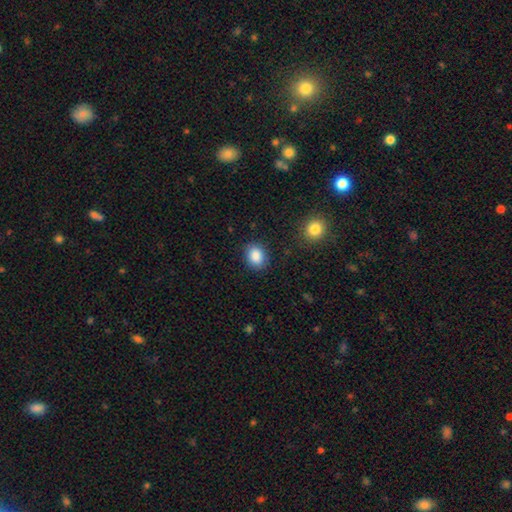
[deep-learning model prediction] smooth_or_featured: smooth (p=0.87) [alt: star or artifact p=0.08]
how_rounded: in between (p=0.50) [alt: round p=0.49]
merging: none (p=0.86) [alt: minor disturbance p=0.09]